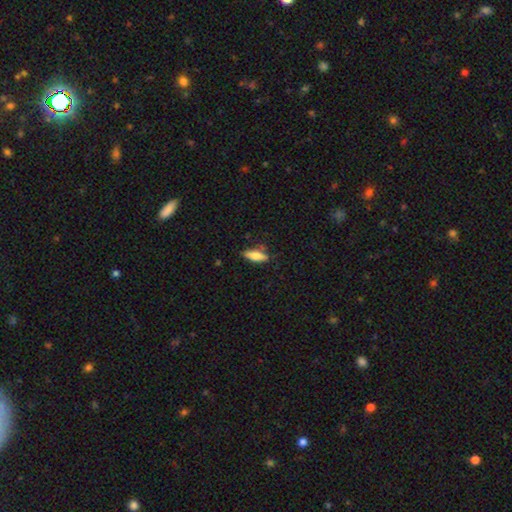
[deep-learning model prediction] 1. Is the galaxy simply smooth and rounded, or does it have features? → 72% smooth, 21% featured or disk, 7% star or artifact.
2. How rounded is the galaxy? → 62% in between, 36% cigar-shaped, 2% round.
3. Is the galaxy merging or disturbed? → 74% none, 19% minor disturbance, 4% major disturbance, 4% merger.